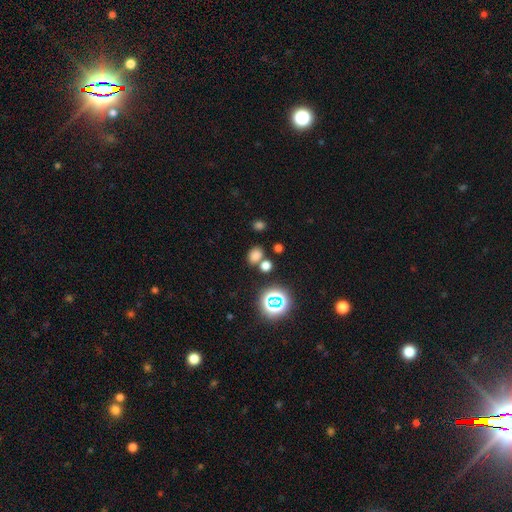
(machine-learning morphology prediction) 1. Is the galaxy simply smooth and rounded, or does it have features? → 71% smooth, 23% star or artifact, 6% featured or disk.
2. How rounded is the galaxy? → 61% in between, 38% round, 1% cigar-shaped.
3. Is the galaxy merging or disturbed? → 66% none, 19% merger, 10% minor disturbance, 4% major disturbance.